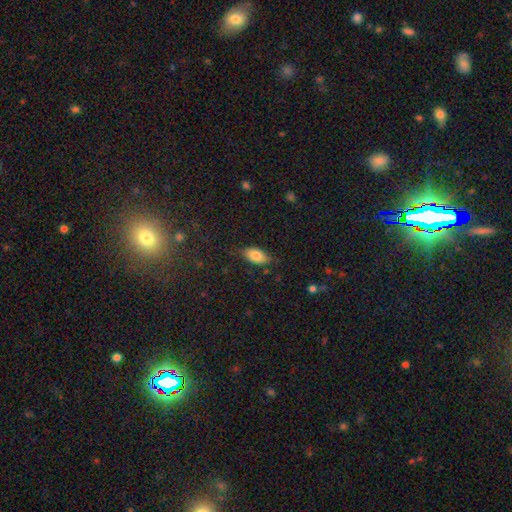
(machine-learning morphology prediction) Smooth or featured?
  - smooth: 81% *
  - featured or disk: 12%
  - star or artifact: 8%
How rounded?
  - in between: 91% *
  - cigar-shaped: 6%
  - round: 3%
Merging?
  - none: 80% *
  - minor disturbance: 16%
  - major disturbance: 3%
  - merger: 1%